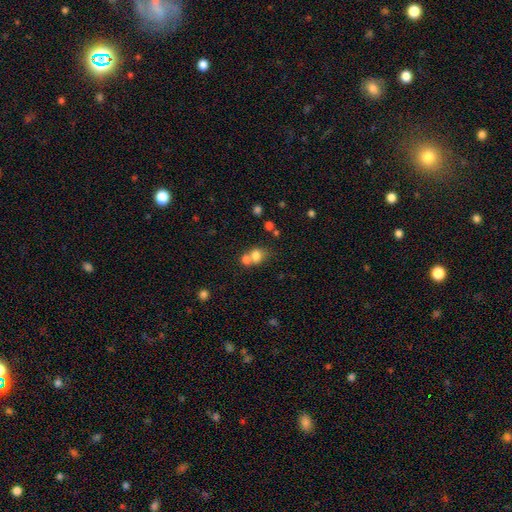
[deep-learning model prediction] This is likely a smooth galaxy (75%). How rounded: possibly round (59%). Merging: possibly merger (52%).